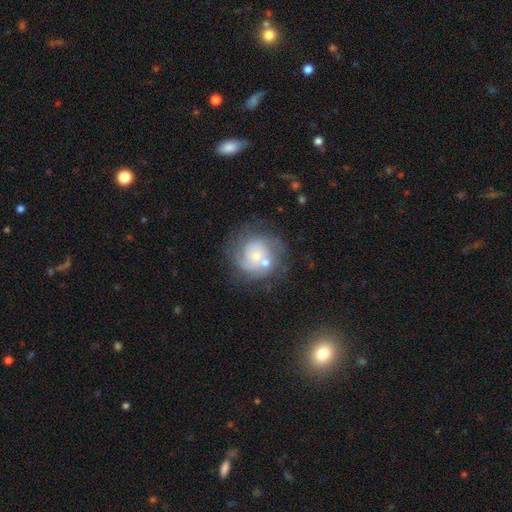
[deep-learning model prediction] Smooth or featured: featured or disk — 62% (smooth — 30%)
Edge-on disk: no — 98% (yes — 2%)
Bar: no — 79% (weak — 18%)
Spiral arms: yes — 80% (no — 20%)
Bulge size: small — 51% (moderate — 36%)
Merging: none — 51% (merger — 21%)